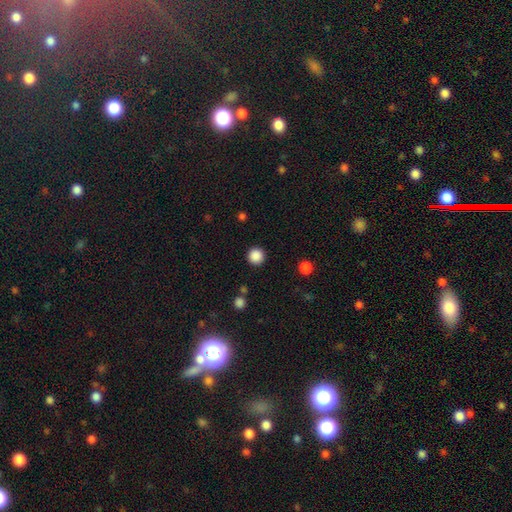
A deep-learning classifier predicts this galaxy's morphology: This is clearly a smooth galaxy (87%). How rounded: clearly round (96%). Merging: clearly none (91%).